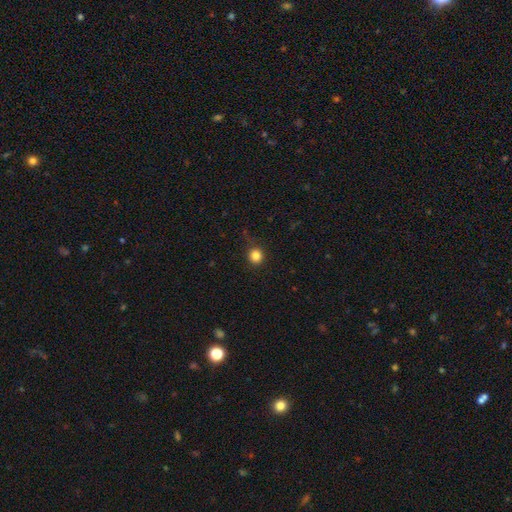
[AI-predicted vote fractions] A smooth galaxy with no disk features (84%) that is round (91%). Merging: none (87%).